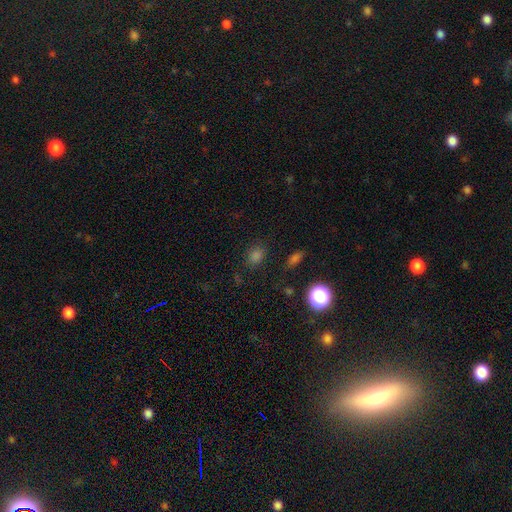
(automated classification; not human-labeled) Morphology: type=smooth (70%); roundness=round (50%); merging=none (83%).